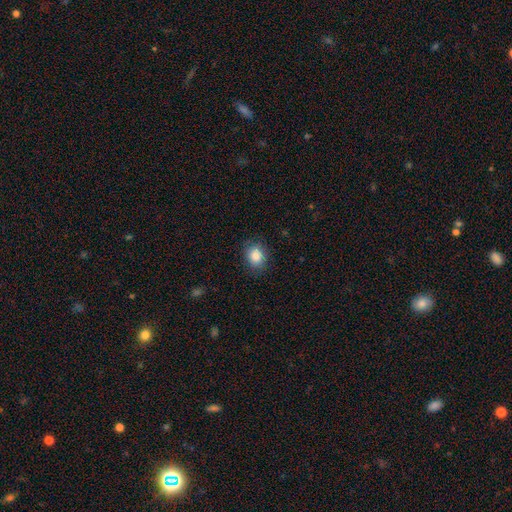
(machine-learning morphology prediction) The model was most divided on "how rounded": round: 53%, in between: 46%, cigar-shaped: 1%. More confident: smooth or featured — smooth (86%); merging — none (84%).